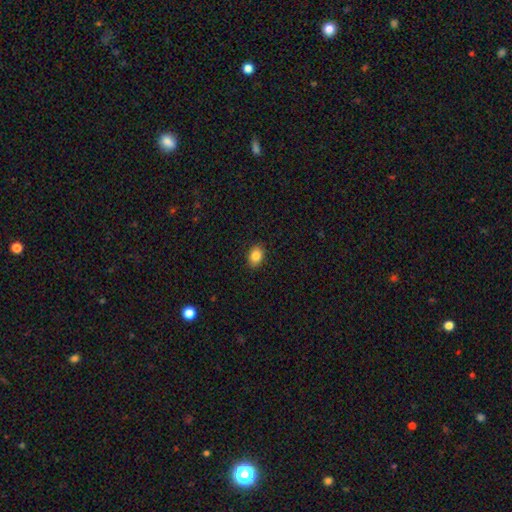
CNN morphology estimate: This appears to be a smooth galaxy with no disk features (85%) that is in between round and cigar-shaped (76%). Merging: none (88%).